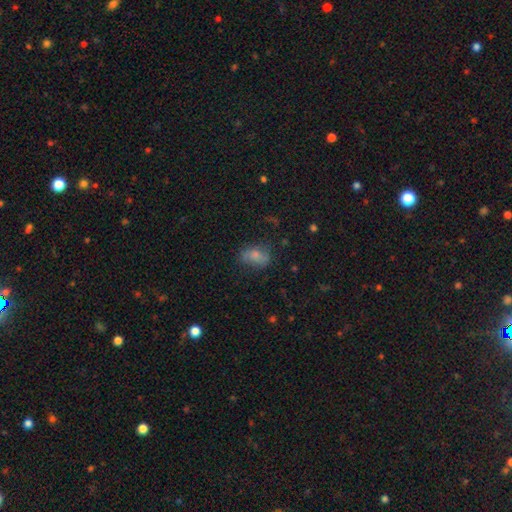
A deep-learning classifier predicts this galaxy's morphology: The model was most divided on "merging": none: 62%, minor disturbance: 25%, major disturbance: 11%, merger: 2%. More confident: how rounded — in between (84%); smooth or featured — smooth (69%).